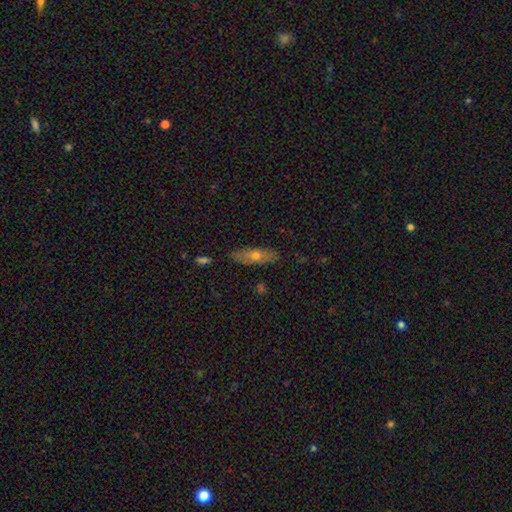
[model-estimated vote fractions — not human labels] A smooth galaxy with no disk features (57%) that is in between round and cigar-shaped (57%).

Vote fractions:
- Smooth or featured? smooth: 57% / featured or disk: 36% / star or artifact: 7%
- How rounded? in between: 57% / cigar-shaped: 40% / round: 3%
- Merging? none: 83% / minor disturbance: 13% / major disturbance: 2% / merger: 2%